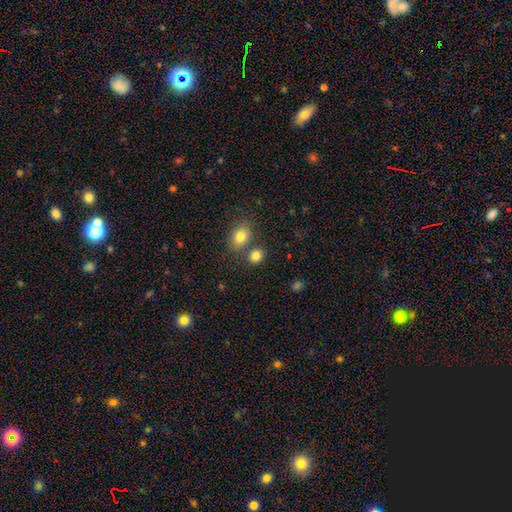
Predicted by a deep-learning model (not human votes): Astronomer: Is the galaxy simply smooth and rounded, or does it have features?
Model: smooth — 82%.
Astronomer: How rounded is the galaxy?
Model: round — 63%.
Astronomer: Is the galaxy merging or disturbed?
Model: none — 64%.